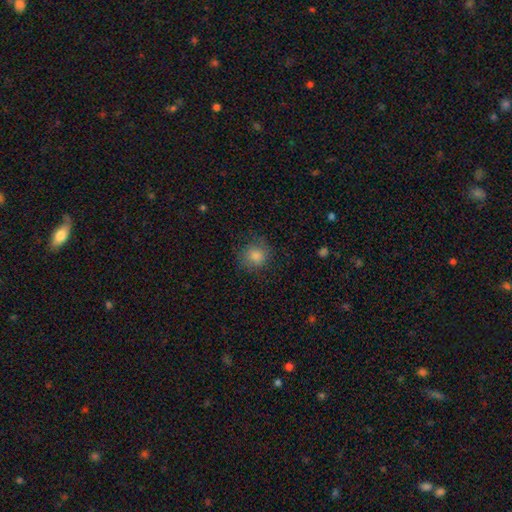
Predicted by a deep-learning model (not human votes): This appears to be a smooth galaxy with no disk features (81%) that is round (86%). Merging: none (80%).